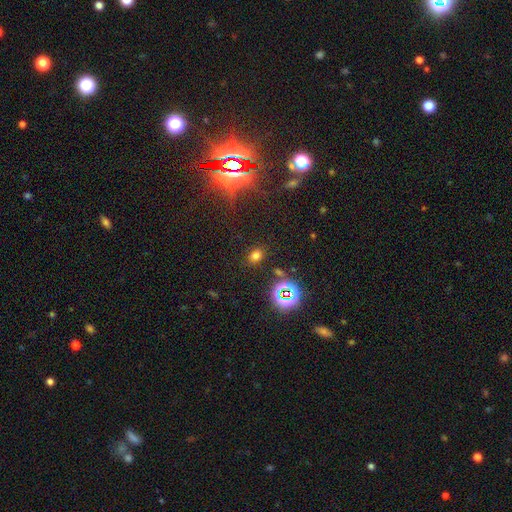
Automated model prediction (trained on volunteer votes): smooth_or_featured: smooth (p=0.66) [alt: star or artifact p=0.27]
how_rounded: in between (p=0.59) [alt: round p=0.40]
merging: none (p=0.85) [alt: minor disturbance p=0.09]